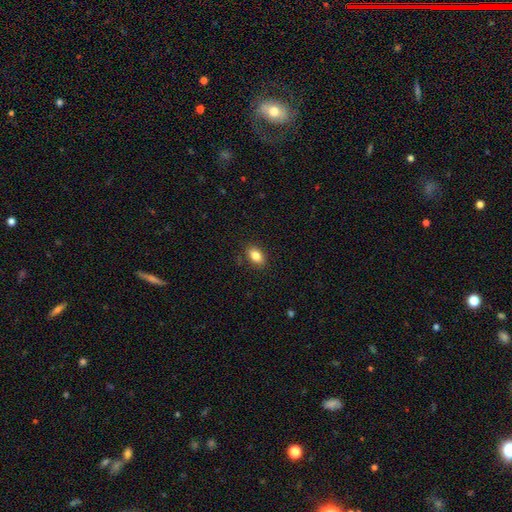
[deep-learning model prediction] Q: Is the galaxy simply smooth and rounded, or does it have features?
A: smooth — 84%.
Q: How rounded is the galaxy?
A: in between — 87%.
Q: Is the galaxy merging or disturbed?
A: none — 87%.